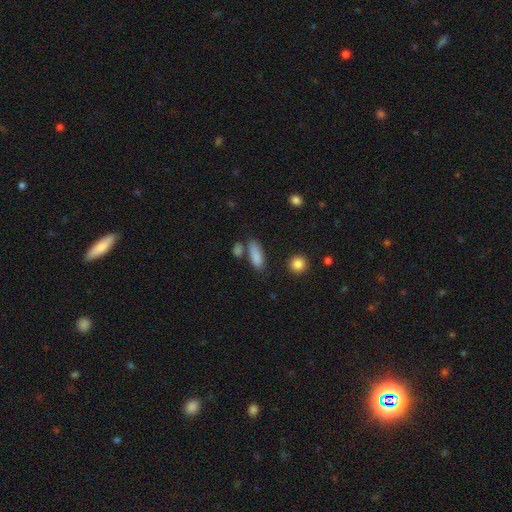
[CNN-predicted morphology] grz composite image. It shows a smooth galaxy with no disk features (86%) that is in between round and cigar-shaped (67%). Merging: none (69%).